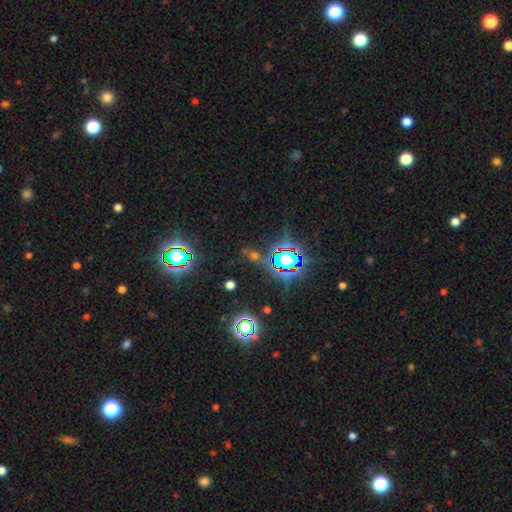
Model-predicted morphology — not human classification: Smooth or featured: star or artifact — 76% (smooth — 16%)